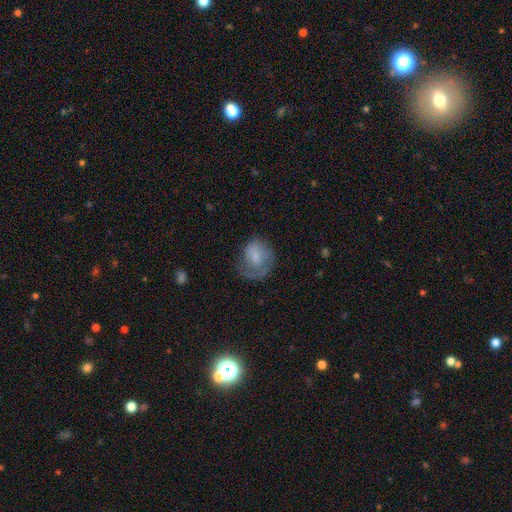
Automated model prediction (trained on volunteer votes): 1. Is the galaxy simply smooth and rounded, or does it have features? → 51% smooth, 41% featured or disk, 8% star or artifact.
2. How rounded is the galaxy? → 58% round, 41% in between, 1% cigar-shaped.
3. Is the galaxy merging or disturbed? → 44% none, 28% major disturbance, 26% minor disturbance, 2% merger.